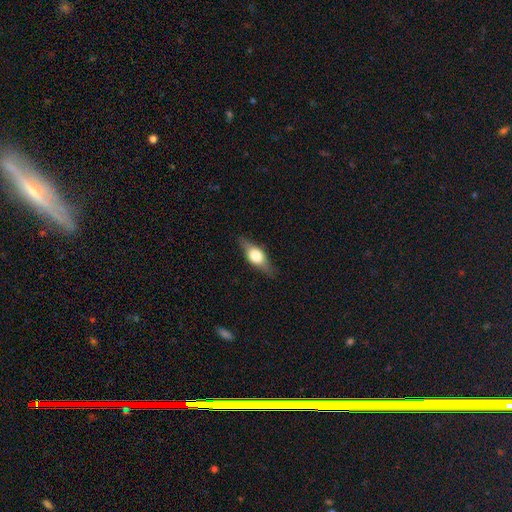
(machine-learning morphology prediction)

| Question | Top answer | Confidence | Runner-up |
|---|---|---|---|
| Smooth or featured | smooth | 47% | featured or disk (46%) |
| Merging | none | 83% | minor disturbance (13%) |